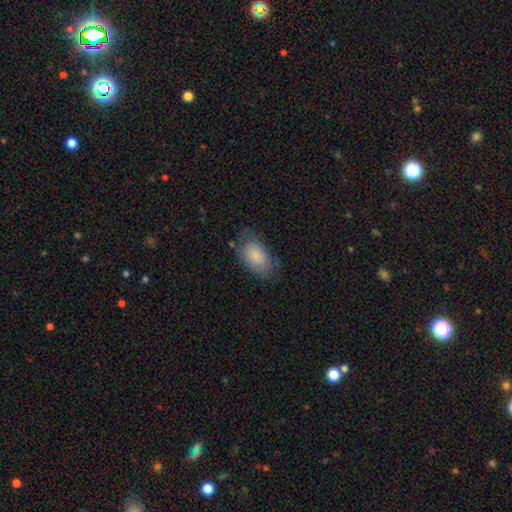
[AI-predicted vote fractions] A smooth galaxy with no disk features (81%) that is in between round and cigar-shaped (93%).

Vote fractions:
- Smooth or featured? smooth: 81% / featured or disk: 13% / star or artifact: 6%
- How rounded? in between: 93% / round: 5% / cigar-shaped: 2%
- Merging? none: 65% / minor disturbance: 25% / major disturbance: 9% / merger: 2%